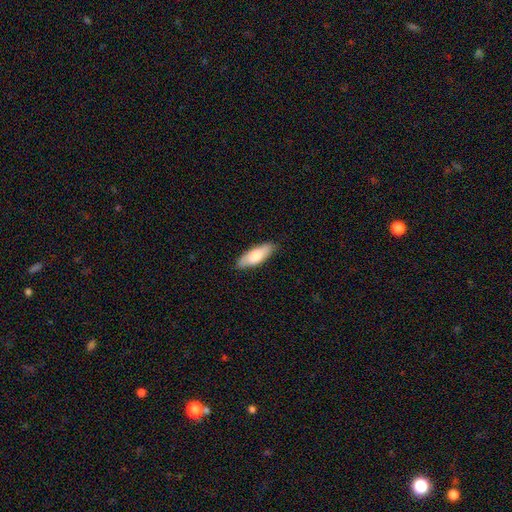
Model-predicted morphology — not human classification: The model was most divided on "how rounded": in between: 65%, cigar-shaped: 33%, round: 2%. More confident: merging — none (85%); smooth or featured — smooth (76%).